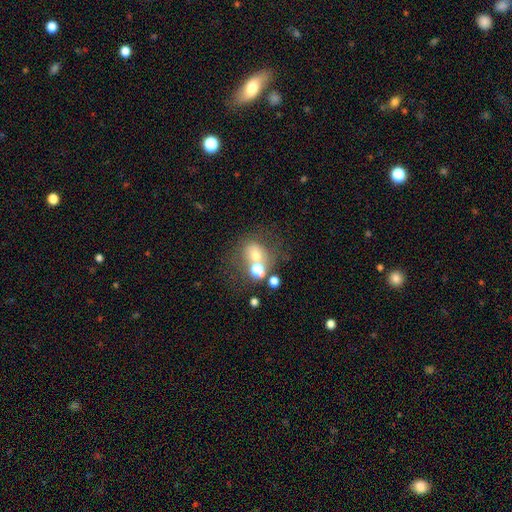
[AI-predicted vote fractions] Overall: smooth (61%). How rounded: round (65%; in between 34%). Merging: none (42%; merger 38%).